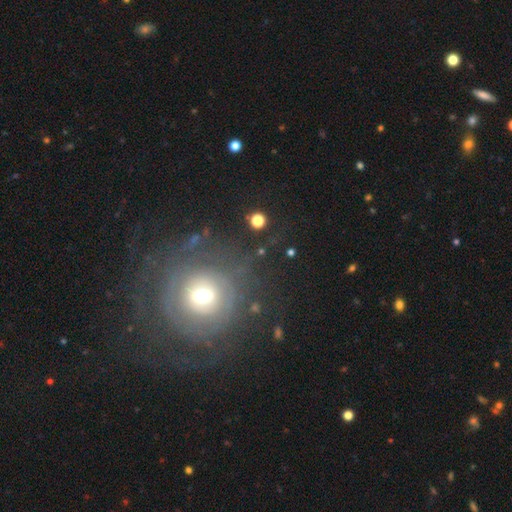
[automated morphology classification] A featured or disk galaxy (48%).

Vote fractions:
- Smooth or featured? featured or disk: 48% / smooth: 32% / star or artifact: 20%
- Merging? none: 80% / minor disturbance: 10% / major disturbance: 8% / merger: 2%